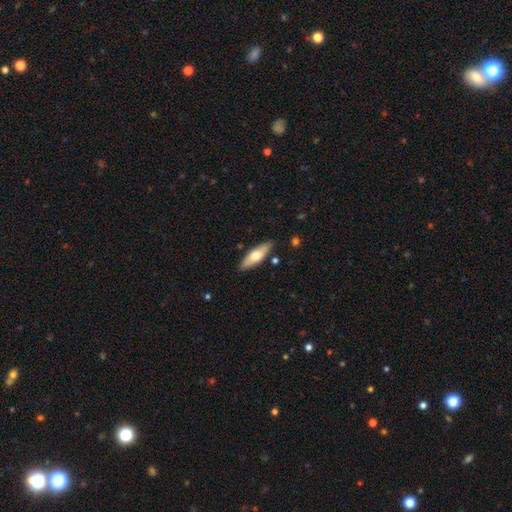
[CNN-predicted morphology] A smooth galaxy with no disk features (58%) that is in between round and cigar-shaped (52%). Merging: none (86%).